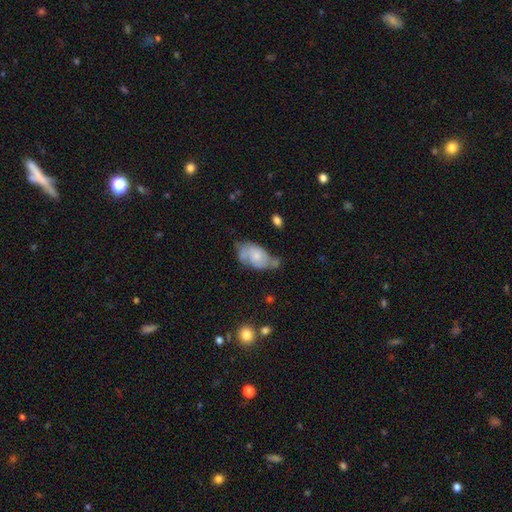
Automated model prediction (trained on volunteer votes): smooth-or-featured: smooth: 52% | featured or disk: 41% | star or artifact: 8%
  how-rounded: in between: 90% | round: 7% | cigar-shaped: 2%
  merging: none: 36% | minor disturbance: 32% | merger: 16% | major disturbance: 15%